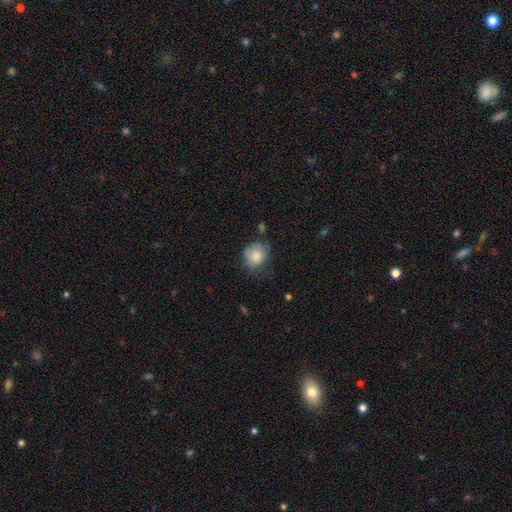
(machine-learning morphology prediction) This appears to be a smooth galaxy with no disk features (82%) that is round (74%). Merging: none (60%).